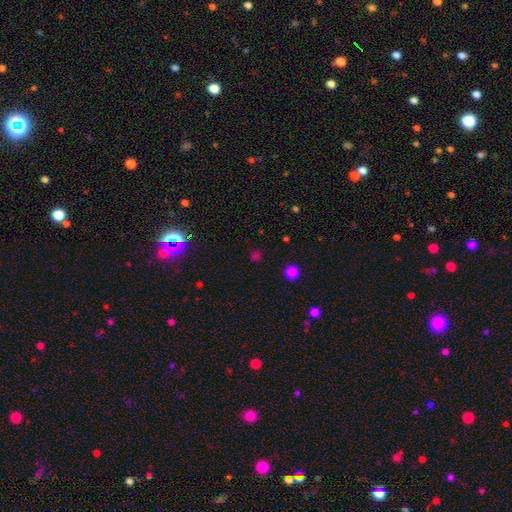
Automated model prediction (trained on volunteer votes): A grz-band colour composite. It shows a smooth galaxy with no disk features (53%) that is round (88%). Merging: none (86%).